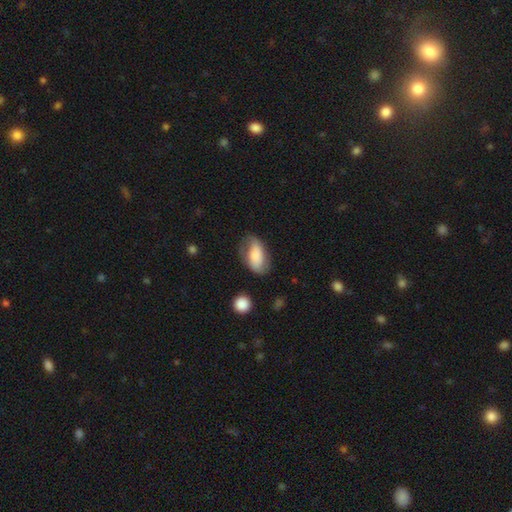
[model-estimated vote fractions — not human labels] This is likely a smooth galaxy (69%). How rounded: clearly in between (91%). Merging: likely none (62%).